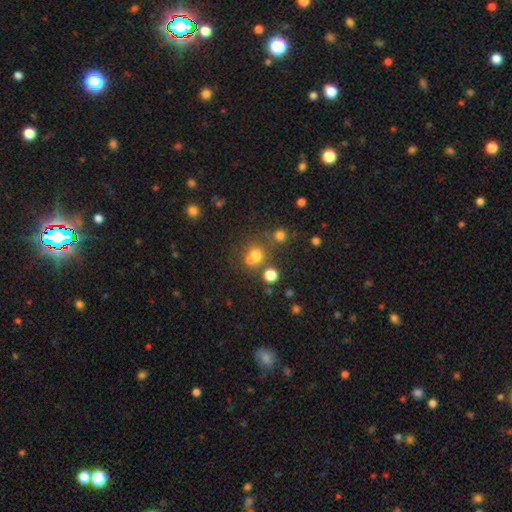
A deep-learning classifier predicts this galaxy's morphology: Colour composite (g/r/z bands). It shows a smooth galaxy with no disk features (66%) that is round (84%). Merging: none (49%).